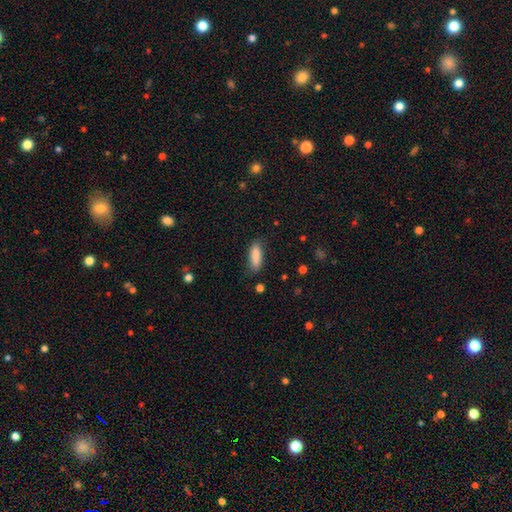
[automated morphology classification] smooth 87%, star or artifact 7%, featured or disk 6%. Down the decision tree: how rounded — in between (55%); merging — none (80%).